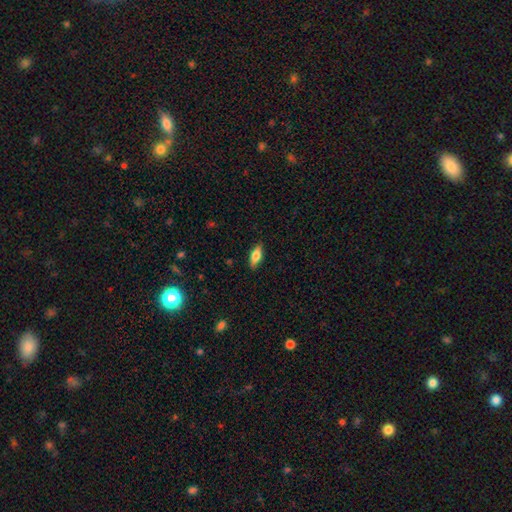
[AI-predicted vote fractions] Smooth or featured? Predicted: smooth (p=0.66). How rounded? Predicted: in between (p=0.74). Merging? Predicted: none (p=0.87).